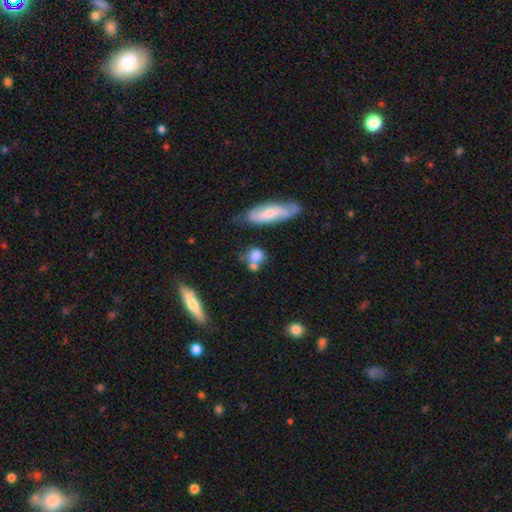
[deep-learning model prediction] Smooth or featured?
  - smooth: 77% *
  - featured or disk: 14%
  - star or artifact: 10%
How rounded?
  - round: 65% *
  - in between: 29%
  - cigar-shaped: 6%
Merging?
  - none: 43% *
  - merger: 33%
  - minor disturbance: 17%
  - major disturbance: 8%